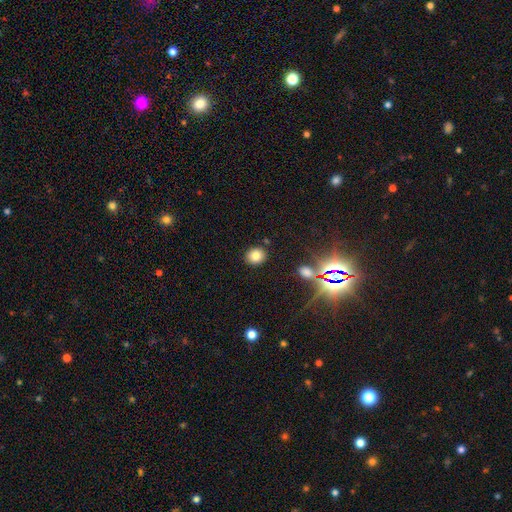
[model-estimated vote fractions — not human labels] This appears to be a smooth galaxy with no disk features (78%) that is round (74%). Merging: none (88%).